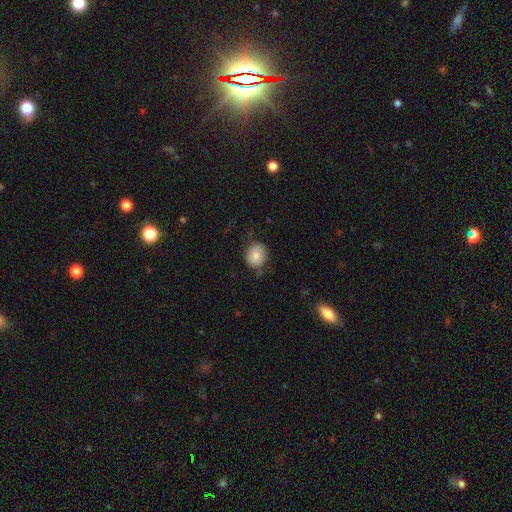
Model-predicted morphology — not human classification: smooth 81%, featured or disk 11%, star or artifact 8%. Down the decision tree: how rounded — round (66%); merging — none (74%).